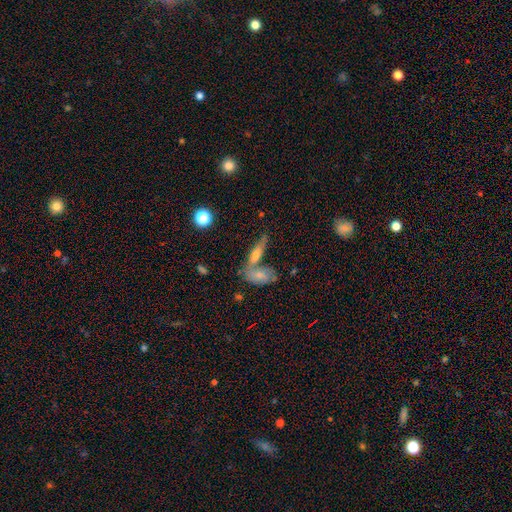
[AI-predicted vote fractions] Morphology: type=featured or disk (45%); merging=merger (43%).